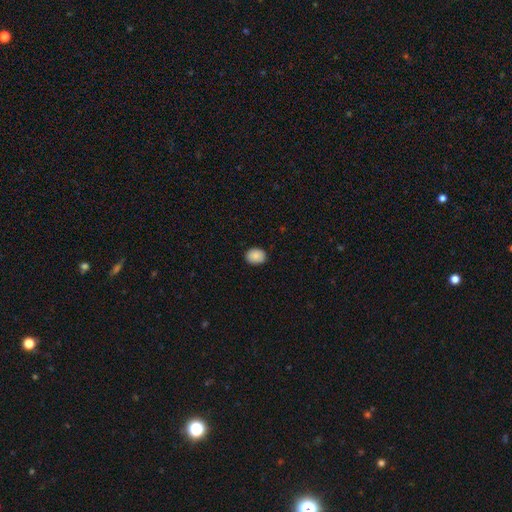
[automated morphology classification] smooth 88%, star or artifact 8%, featured or disk 4%. Down the decision tree: how rounded — in between (50%); merging — none (85%).